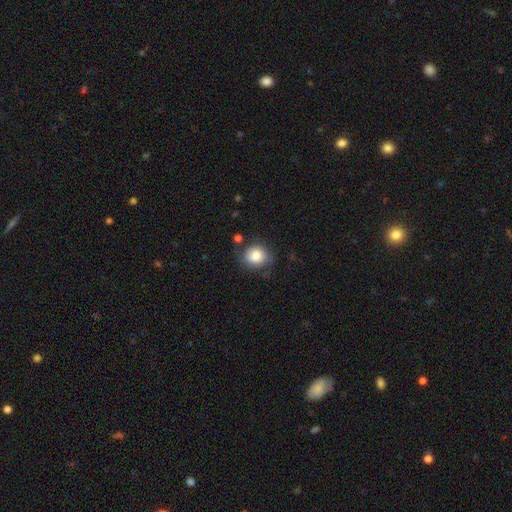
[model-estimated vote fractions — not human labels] Overall: smooth (82%). How rounded: round (73%). Merging: none (64%; minor disturbance 24%).